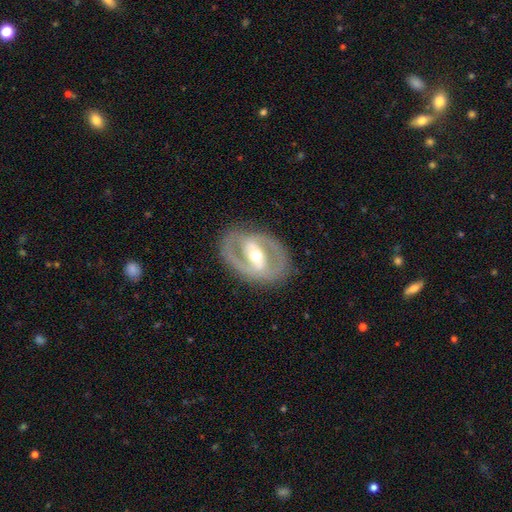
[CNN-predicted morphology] type=featured or disk (82%); edge-on=no (94%); bar=strong (55%); spiral arms=yes (70%); winding=medium (43%); arm count=2 (81%); bulge=moderate (65%); merging=none (82%).